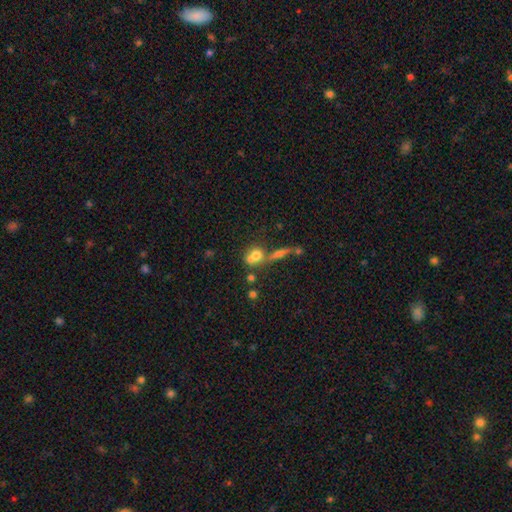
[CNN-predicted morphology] type=smooth (66%); roundness=round (61%); merging=merger (45%).